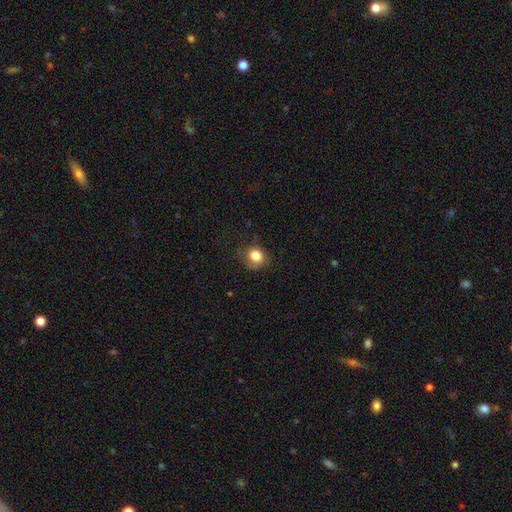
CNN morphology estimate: smooth-or-featured: smooth: 82% | star or artifact: 10% | featured or disk: 8%
  how-rounded: round: 76% | in between: 24% | cigar-shaped: 1%
  merging: none: 71% | minor disturbance: 21% | major disturbance: 7% | merger: 1%